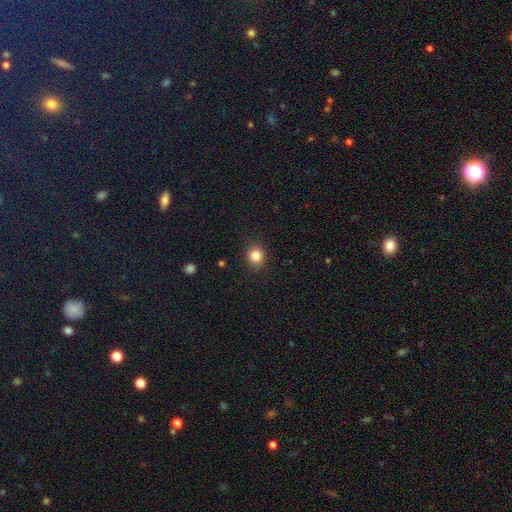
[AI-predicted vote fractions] Smooth or featured? smooth (83%)
How rounded? round (79%)
Merging? none (89%)